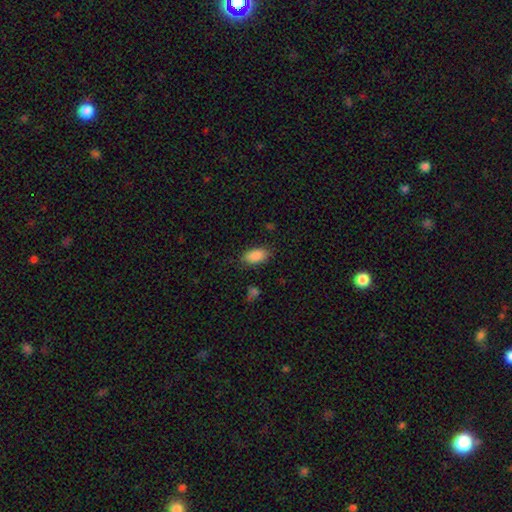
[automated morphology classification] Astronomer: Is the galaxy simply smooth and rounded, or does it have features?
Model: smooth — 88%.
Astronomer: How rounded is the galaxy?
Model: in between — 92%.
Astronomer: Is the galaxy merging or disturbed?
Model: none — 83%.